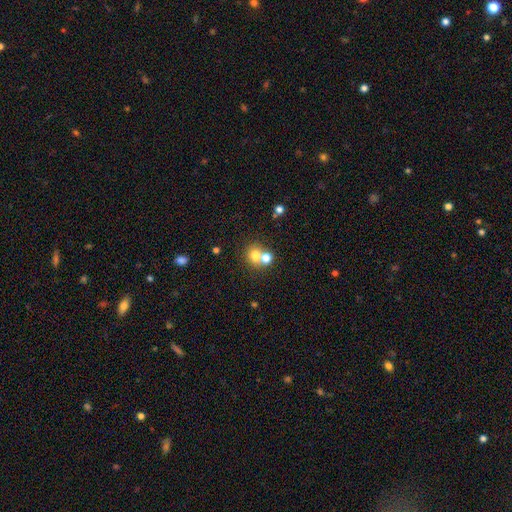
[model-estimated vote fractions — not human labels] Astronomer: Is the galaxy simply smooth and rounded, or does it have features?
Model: smooth — 72%.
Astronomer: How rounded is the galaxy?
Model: round — 81%.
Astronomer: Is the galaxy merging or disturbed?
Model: merger — 47% (runner-up: none, 43%).